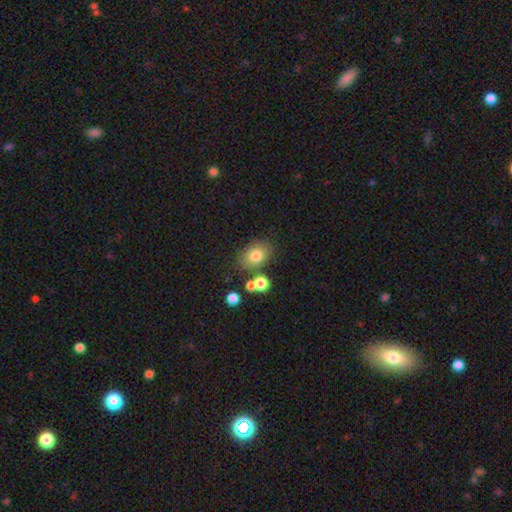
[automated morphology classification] A smooth galaxy with no disk features (77%) that is in between round and cigar-shaped (71%).

Vote fractions:
- Smooth or featured? smooth: 77% / featured or disk: 12% / star or artifact: 11%
- How rounded? in between: 71% / round: 28% / cigar-shaped: 1%
- Merging? none: 71% / minor disturbance: 13% / merger: 11% / major disturbance: 5%